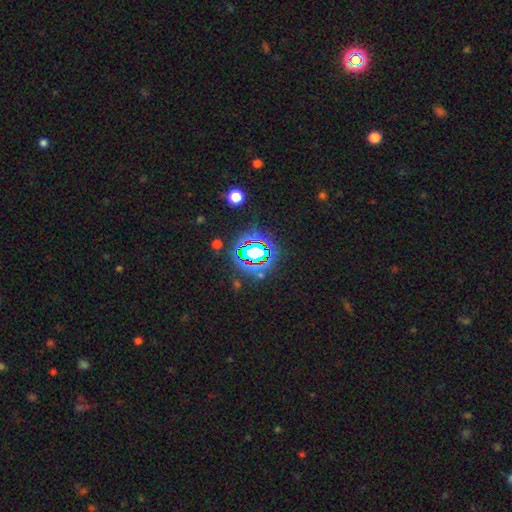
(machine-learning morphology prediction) Overall: star or artifact (75%).